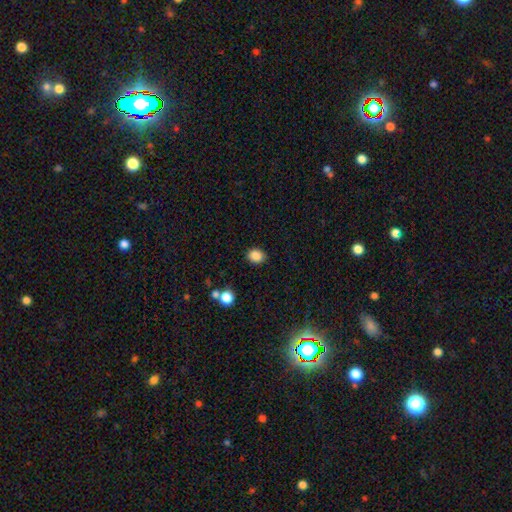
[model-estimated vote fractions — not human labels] A smooth galaxy with no disk features (86%) that is round (51%). Merging: none (88%).